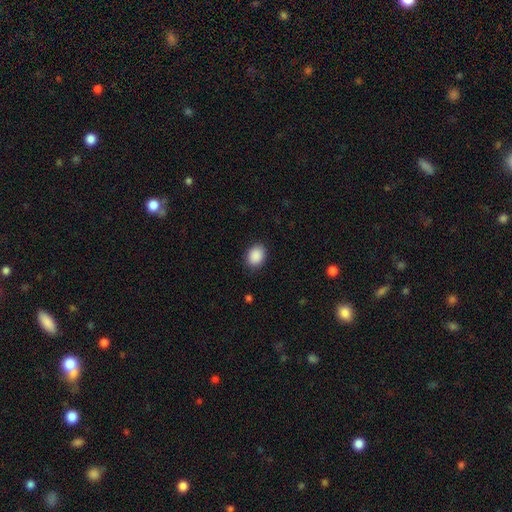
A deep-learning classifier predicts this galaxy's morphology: Smooth or featured?
  - smooth: 90% *
  - star or artifact: 8%
  - featured or disk: 2%
How rounded?
  - in between: 58% *
  - round: 41%
  - cigar-shaped: 1%
Merging?
  - none: 88% *
  - minor disturbance: 9%
  - major disturbance: 3%
  - merger: 1%